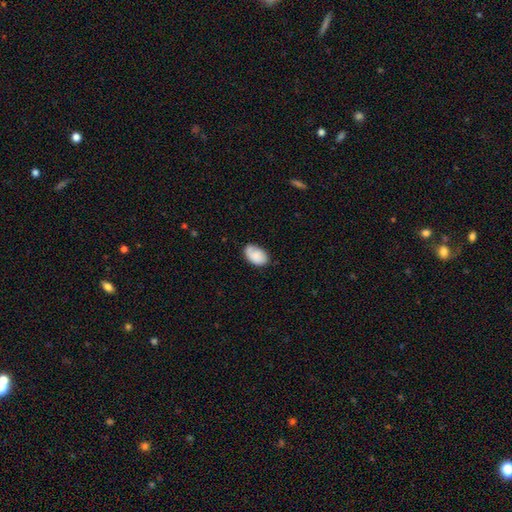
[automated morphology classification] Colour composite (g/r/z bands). It shows a smooth galaxy with no disk features (81%) that is in between round and cigar-shaped (92%). Merging: none (64%).